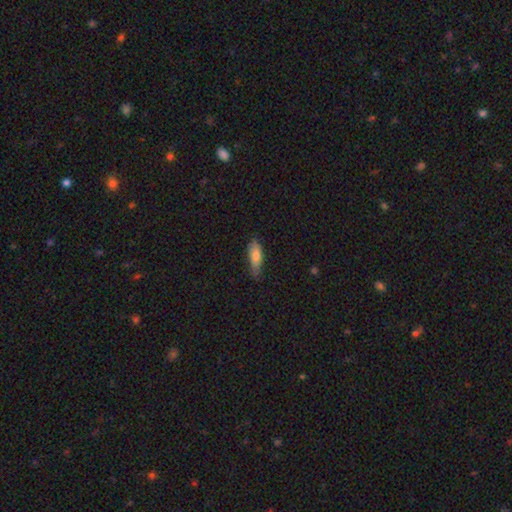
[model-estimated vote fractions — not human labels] This appears to be a smooth galaxy with no disk features (76%) that is in between round and cigar-shaped (54%). Merging: none (68%).